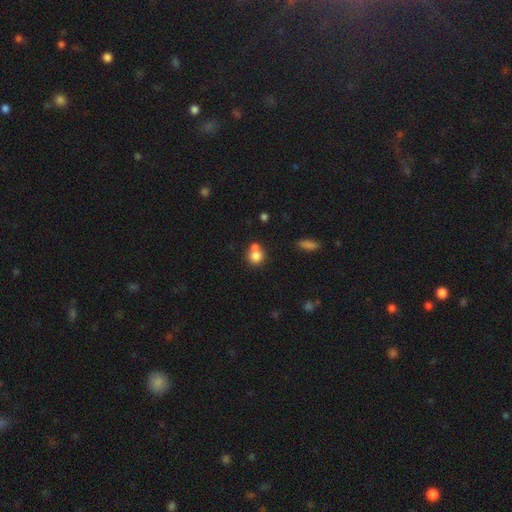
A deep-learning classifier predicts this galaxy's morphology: Smooth or featured? smooth (78%)
How rounded? round (85%)
Merging? none (44%, tied with merger)